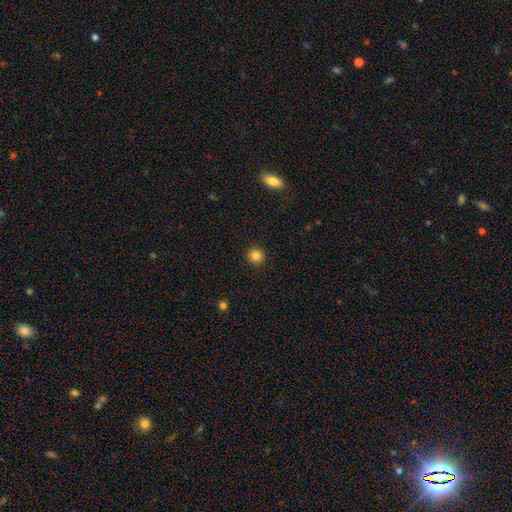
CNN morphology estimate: Smooth or featured?
  - smooth: 84% *
  - star or artifact: 11%
  - featured or disk: 5%
How rounded?
  - round: 94% *
  - in between: 5%
  - cigar-shaped: 1%
Merging?
  - none: 93% *
  - minor disturbance: 5%
  - major disturbance: 2%
  - merger: 1%